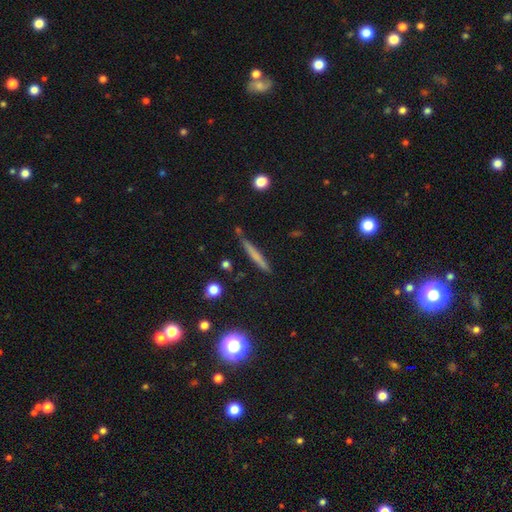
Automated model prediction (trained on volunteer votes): This appears to be a smooth galaxy with no disk features (58%) that is cigar-shaped (94%). Merging: none (82%).